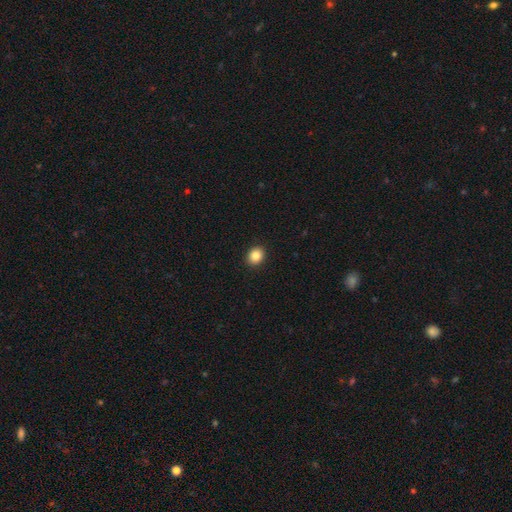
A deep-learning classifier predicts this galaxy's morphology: smooth_or_featured: smooth (p=0.85) [alt: star or artifact p=0.10]
how_rounded: round (p=0.64) [alt: in between p=0.35]
merging: none (p=0.92) [alt: minor disturbance p=0.05]